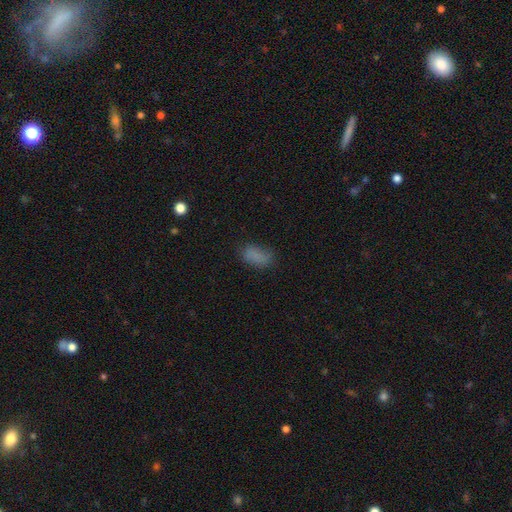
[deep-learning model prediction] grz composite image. It shows a smooth galaxy with no disk features (80%) that is in between round and cigar-shaped (90%). Merging: none (67%).